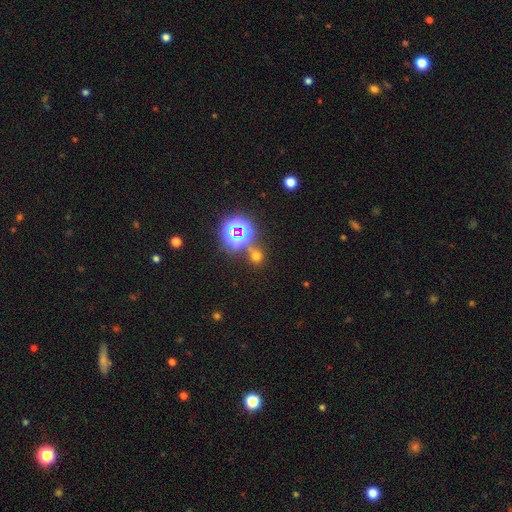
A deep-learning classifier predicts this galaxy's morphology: smooth 53%, star or artifact 40%, featured or disk 7%. Down the decision tree: how rounded — round (85%); merging — none (72%).